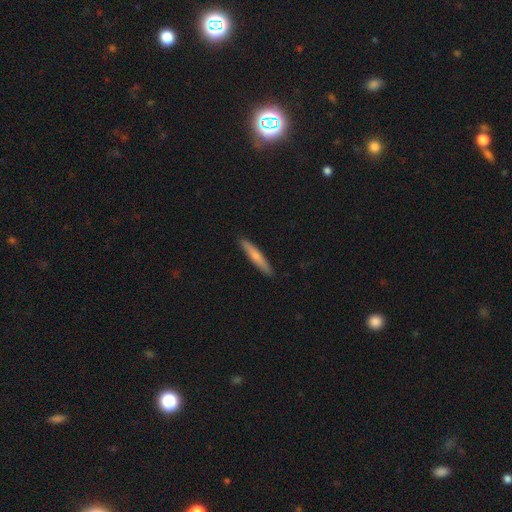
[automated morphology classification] smooth 64%, featured or disk 30%, star or artifact 5%. Down the decision tree: how rounded — cigar-shaped (93%); merging — none (90%).